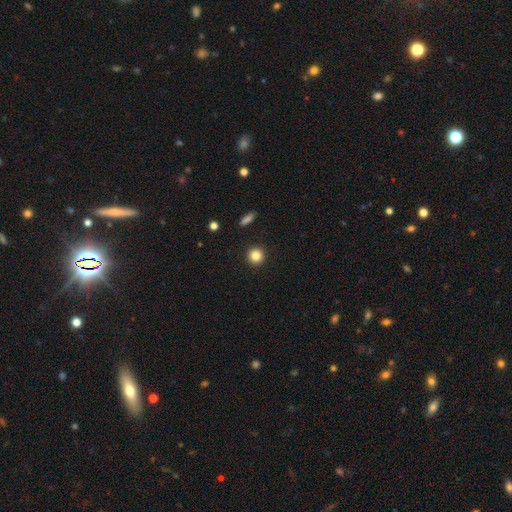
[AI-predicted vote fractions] Morphology: type=smooth (84%); roundness=round (94%); merging=none (93%).